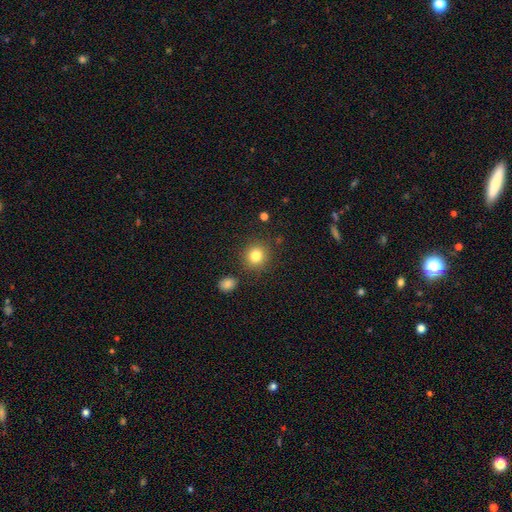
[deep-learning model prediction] Morphology: type=smooth (83%); roundness=round (90%); merging=none (86%).